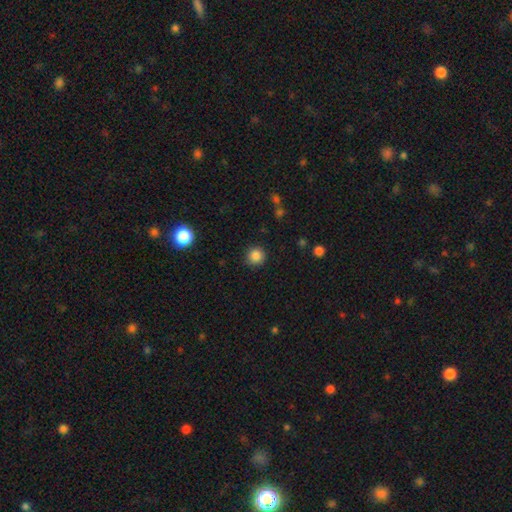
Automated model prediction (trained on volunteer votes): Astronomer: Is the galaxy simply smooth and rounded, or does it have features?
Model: smooth — 85%.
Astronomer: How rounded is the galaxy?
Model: round — 94%.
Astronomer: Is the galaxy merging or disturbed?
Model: none — 91%.